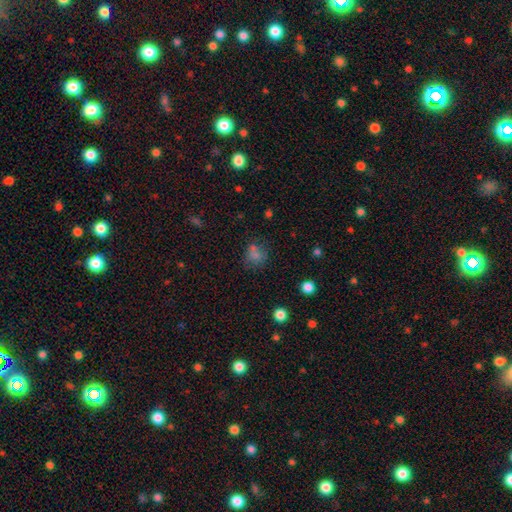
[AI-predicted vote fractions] smooth_or_featured: smooth (p=0.66) [alt: star or artifact p=0.22]
how_rounded: round (p=0.68) [alt: in between p=0.31]
merging: none (p=0.58) [alt: minor disturbance p=0.17]